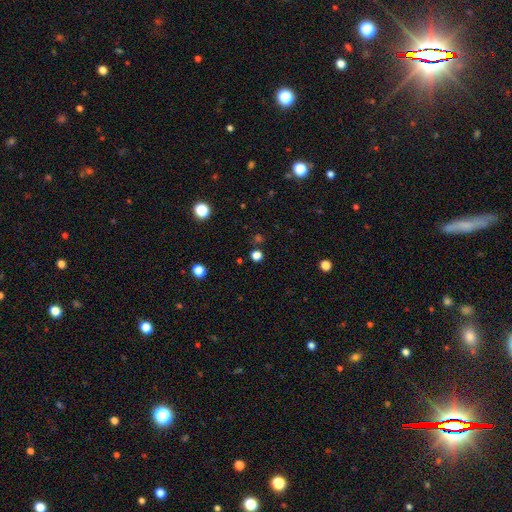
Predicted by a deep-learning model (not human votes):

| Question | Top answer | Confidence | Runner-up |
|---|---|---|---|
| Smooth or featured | smooth | 66% | star or artifact (30%) |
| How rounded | round | 89% | in between (10%) |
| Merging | none | 87% | minor disturbance (7%) |